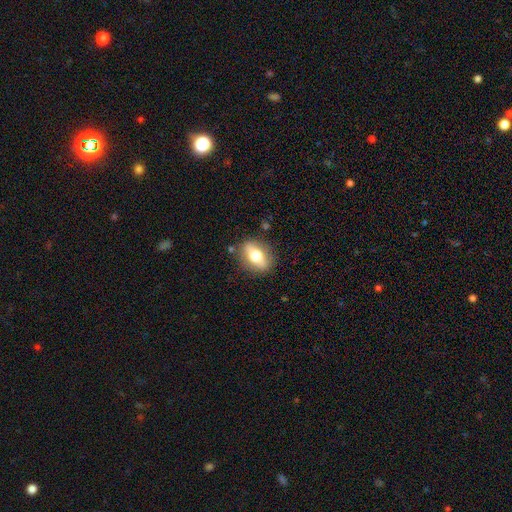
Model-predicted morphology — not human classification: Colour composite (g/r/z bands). It shows a smooth galaxy with no disk features (51%) that is in between round and cigar-shaped (71%). Merging: none (83%).